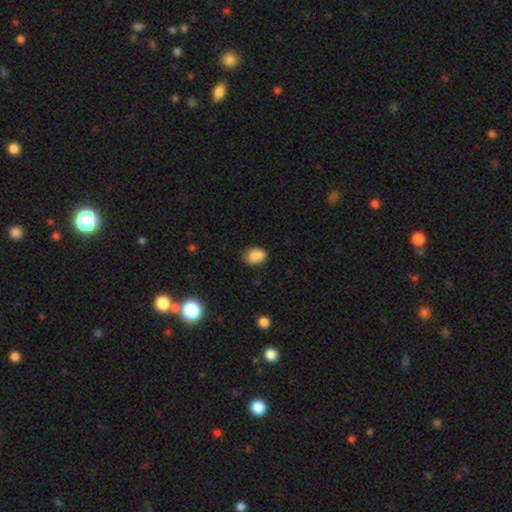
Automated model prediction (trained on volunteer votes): smooth 84%, star or artifact 10%, featured or disk 6%. Down the decision tree: how rounded — in between (63%); merging — none (71%).